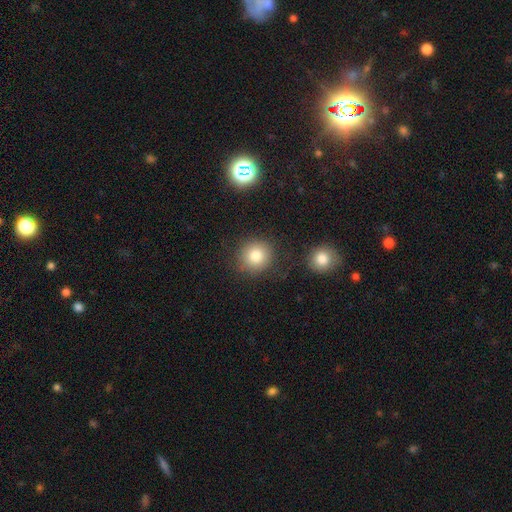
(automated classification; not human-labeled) A smooth galaxy with no disk features (81%) that is round (91%). Merging: none (82%).